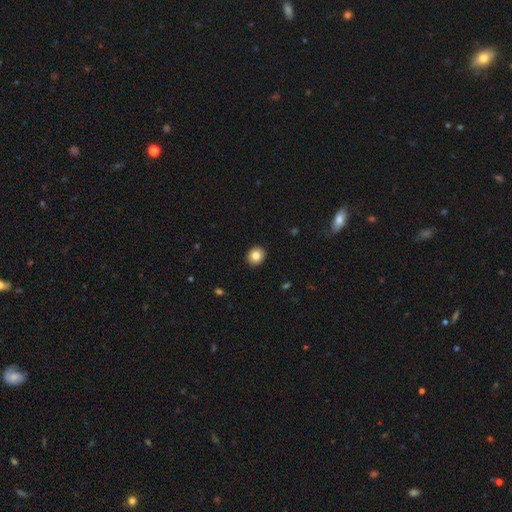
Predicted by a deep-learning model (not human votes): smooth_or_featured: smooth (p=0.84) [alt: star or artifact p=0.09]
how_rounded: round (p=0.75) [alt: in between p=0.24]
merging: none (p=0.92) [alt: minor disturbance p=0.05]